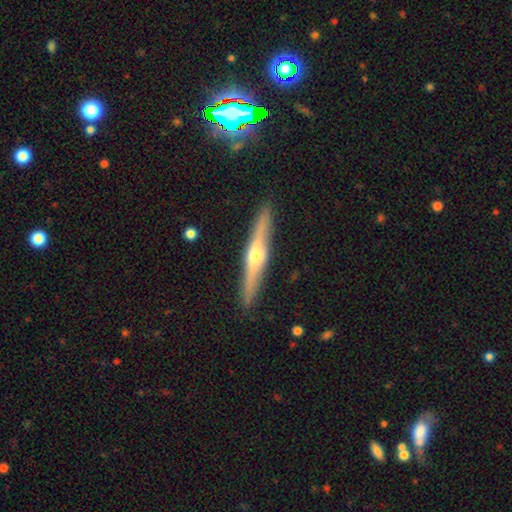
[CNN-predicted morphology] The model was most divided on "smooth or featured": featured or disk: 71%, smooth: 23%, star or artifact: 5%. More confident: edge-on disk — yes (96%); merging — none (91%); edge-on bulge — rounded (88%).